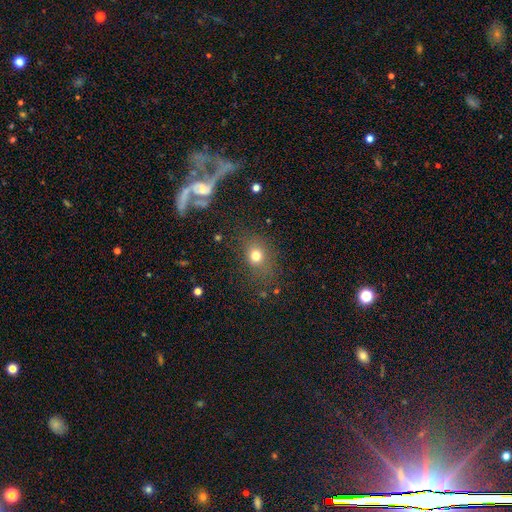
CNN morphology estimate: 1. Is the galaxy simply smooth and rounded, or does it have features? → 73% smooth, 16% star or artifact, 11% featured or disk.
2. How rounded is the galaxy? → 54% round, 44% in between, 2% cigar-shaped.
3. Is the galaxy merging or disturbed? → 77% none, 14% minor disturbance, 7% major disturbance, 2% merger.